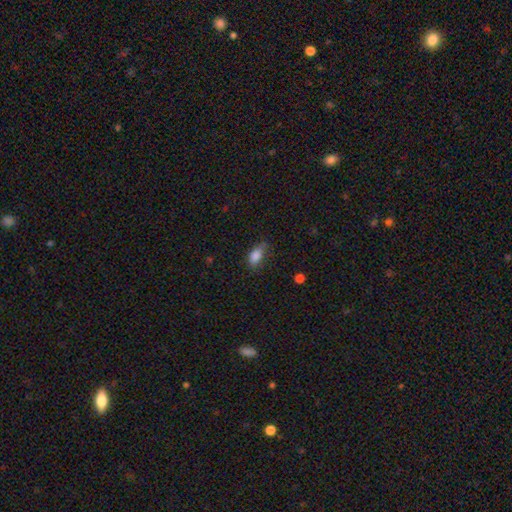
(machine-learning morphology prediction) A smooth galaxy with no disk features (85%) that is in between round and cigar-shaped (88%). Merging: none (58%).